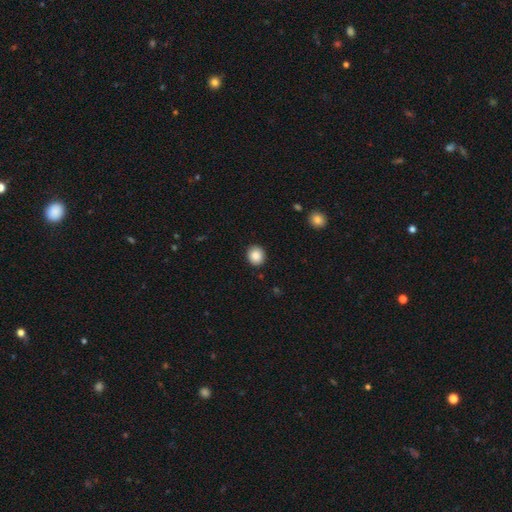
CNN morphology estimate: type=smooth (87%); roundness=round (81%); merging=none (91%).